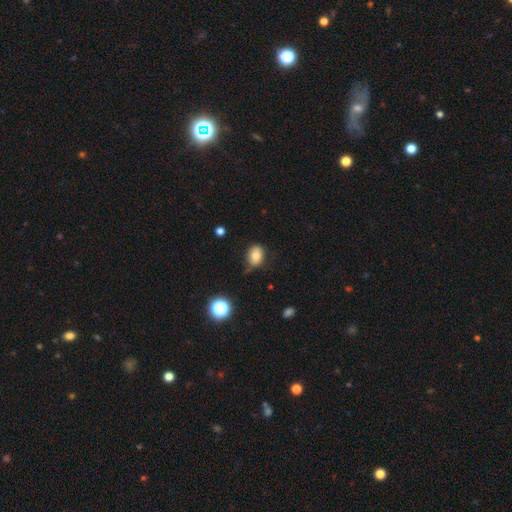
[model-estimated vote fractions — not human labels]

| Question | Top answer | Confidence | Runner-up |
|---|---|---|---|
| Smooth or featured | smooth | 77% | featured or disk (12%) |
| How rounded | in between | 62% | round (37%) |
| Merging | none | 61% | minor disturbance (30%) |